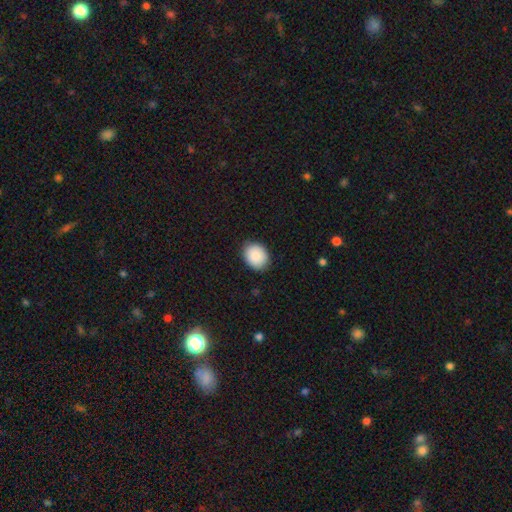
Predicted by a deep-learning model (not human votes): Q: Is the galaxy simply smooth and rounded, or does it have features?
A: smooth — 88%.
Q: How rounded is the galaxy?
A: in between — 52%.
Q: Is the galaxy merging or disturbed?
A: none — 87%.